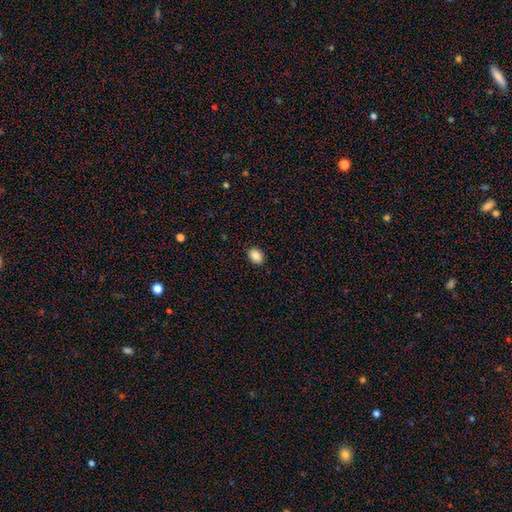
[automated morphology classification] The model was most divided on "how rounded": in between: 75%, round: 24%, cigar-shaped: 1%. More confident: merging — none (89%); smooth or featured — smooth (88%).